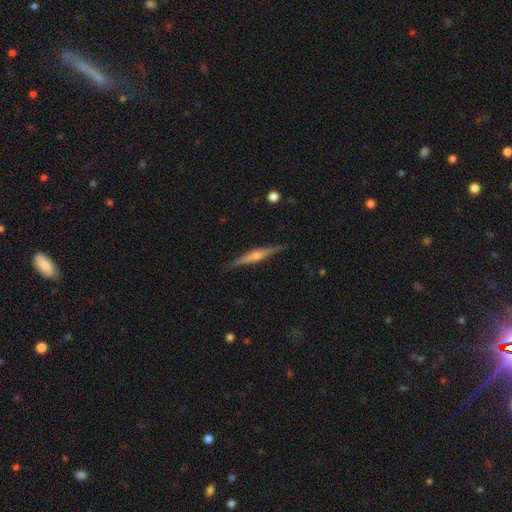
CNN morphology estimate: type=featured or disk (80%); edge-on=yes (98%); edge-on bulge=rounded (87%); merging=none (91%).